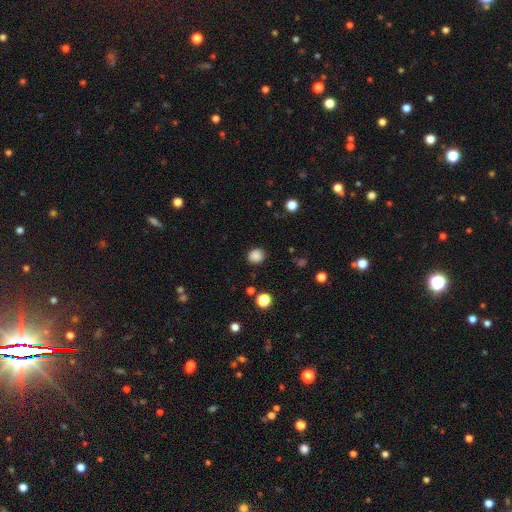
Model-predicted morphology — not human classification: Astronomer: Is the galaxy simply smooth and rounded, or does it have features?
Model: smooth — 86%.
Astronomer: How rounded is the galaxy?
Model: round — 81%.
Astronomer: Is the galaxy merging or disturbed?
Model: none — 88%.